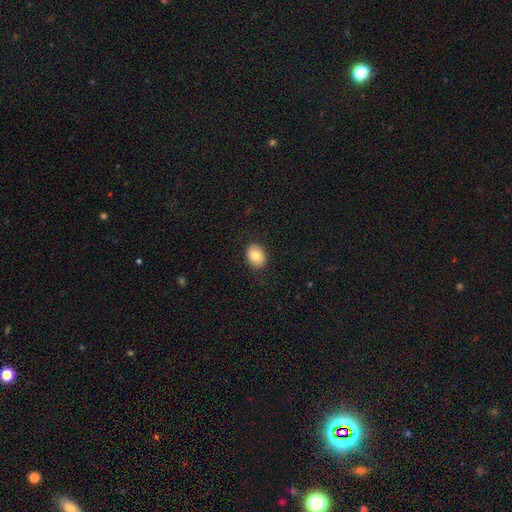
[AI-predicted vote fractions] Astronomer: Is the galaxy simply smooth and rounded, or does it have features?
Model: smooth — 79%.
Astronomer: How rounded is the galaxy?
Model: in between — 53% (runner-up: round, 46%).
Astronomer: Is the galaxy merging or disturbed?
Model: none — 88%.